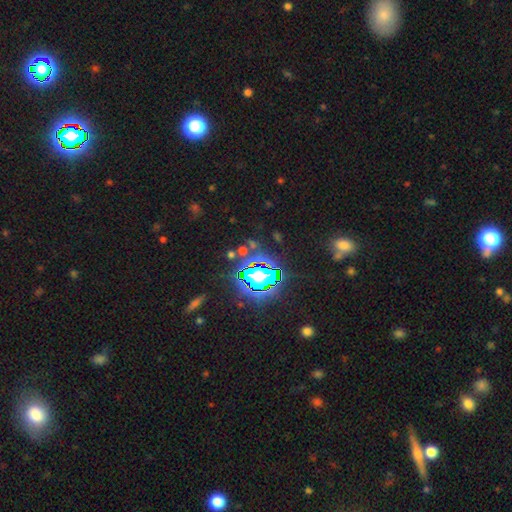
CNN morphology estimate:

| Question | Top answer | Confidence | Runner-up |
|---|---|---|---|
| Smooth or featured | star or artifact | 80% | smooth (12%) |